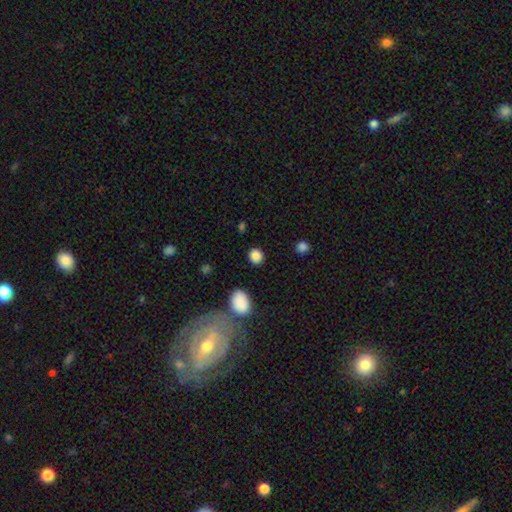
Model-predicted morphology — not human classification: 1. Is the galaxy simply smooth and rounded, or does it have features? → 87% smooth, 9% star or artifact, 4% featured or disk.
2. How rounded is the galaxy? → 74% round, 24% in between, 1% cigar-shaped.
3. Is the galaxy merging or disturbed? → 87% none, 8% minor disturbance, 3% major disturbance, 2% merger.